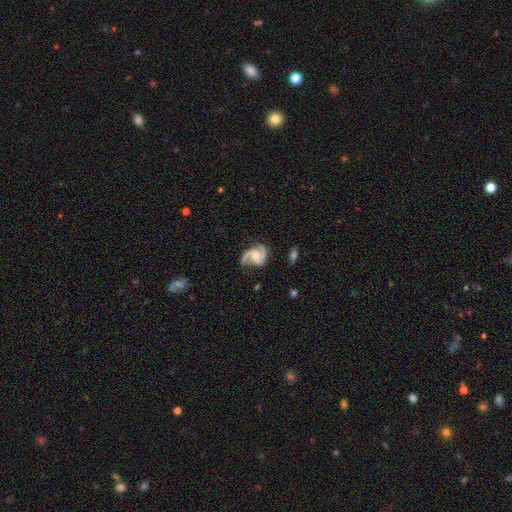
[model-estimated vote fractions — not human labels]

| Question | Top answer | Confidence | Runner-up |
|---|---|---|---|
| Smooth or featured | featured or disk | 88% | smooth (7%) |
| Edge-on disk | no | 98% | yes (2%) |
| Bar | no | 59% | weak (33%) |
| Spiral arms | yes | 97% | no (3%) |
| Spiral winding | medium | 53% | loose (28%) |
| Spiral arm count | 2 | 84% | 3 (7%) |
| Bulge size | small | 46% | moderate (37%) |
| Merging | none | 65% | minor disturbance (21%) |